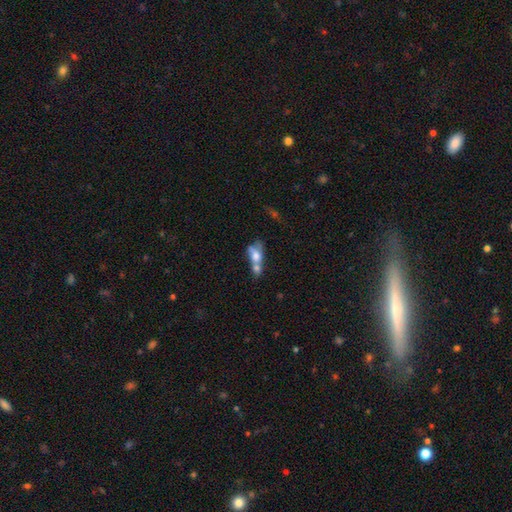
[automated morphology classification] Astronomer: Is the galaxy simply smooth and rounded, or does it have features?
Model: smooth — 61%.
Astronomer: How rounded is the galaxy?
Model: in between — 68%.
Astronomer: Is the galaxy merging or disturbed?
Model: merger — 69%.